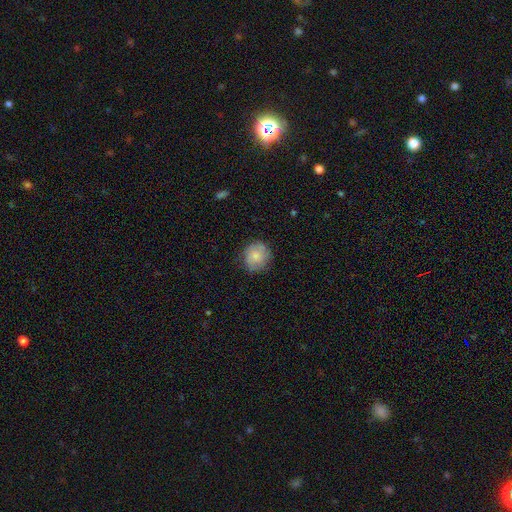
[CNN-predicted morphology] smooth 73%, featured or disk 20%, star or artifact 7%. Down the decision tree: how rounded — round (83%); merging — none (77%).